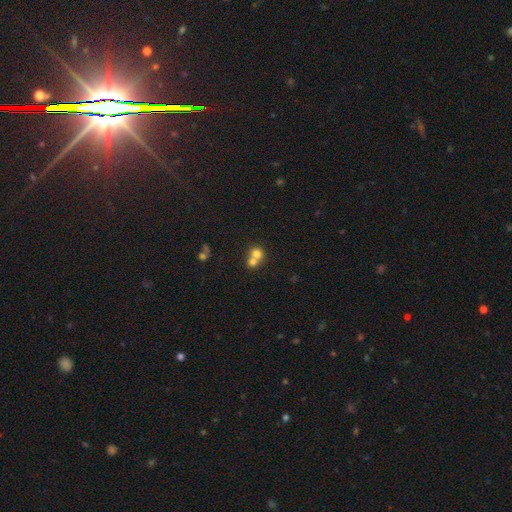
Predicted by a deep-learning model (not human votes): Q: Smooth or featured?
A: smooth (72%); runner-up: featured or disk (15%)
Q: How rounded?
A: round (82%); runner-up: in between (17%)
Q: Merging?
A: merger (62%); runner-up: none (31%)